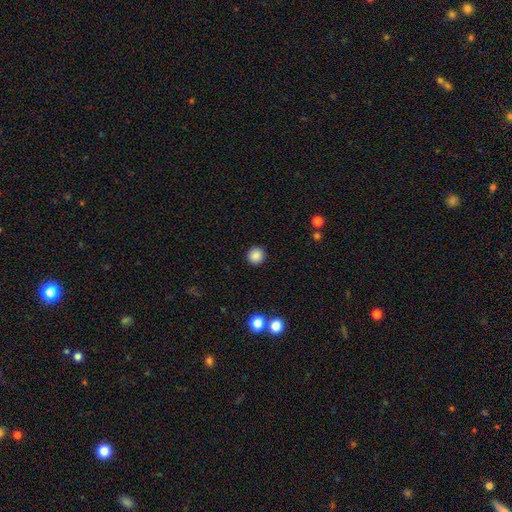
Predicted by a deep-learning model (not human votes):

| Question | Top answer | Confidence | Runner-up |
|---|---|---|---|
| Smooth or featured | smooth | 87% | star or artifact (10%) |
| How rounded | round | 94% | in between (5%) |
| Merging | none | 92% | minor disturbance (5%) |